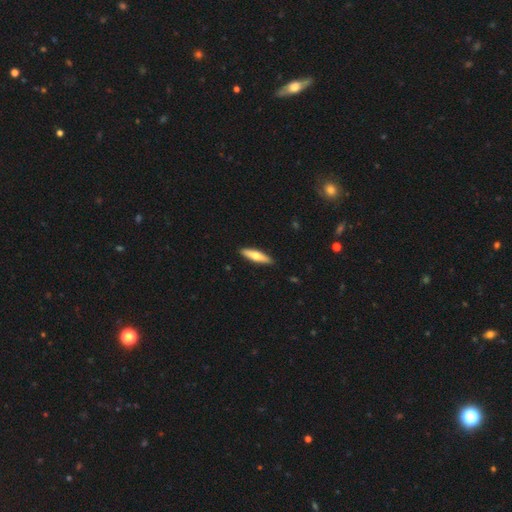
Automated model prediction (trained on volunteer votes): Overall: smooth (60%; featured or disk 35%). How rounded: cigar-shaped (73%). Merging: none (91%).